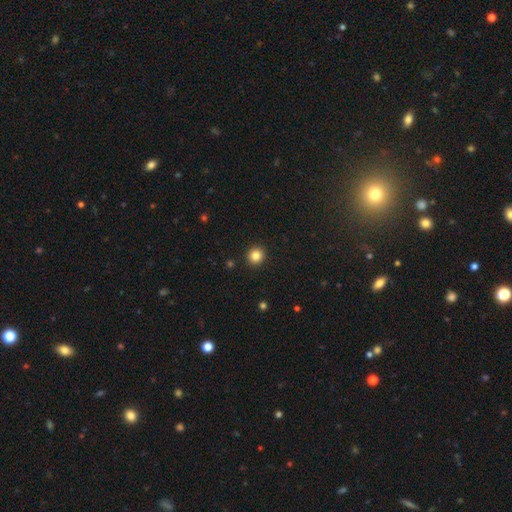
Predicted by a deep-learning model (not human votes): Overall: smooth (85%). How rounded: round (93%). Merging: none (93%).